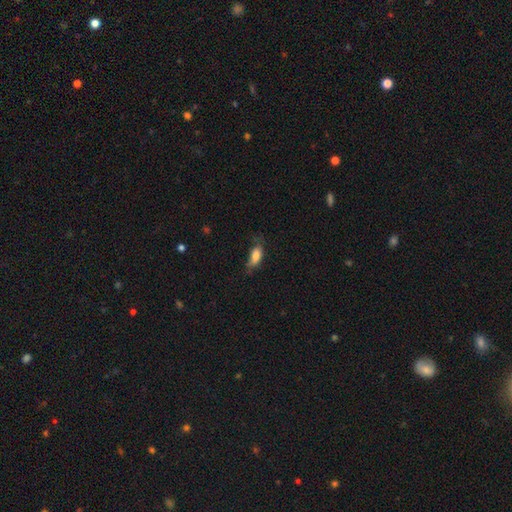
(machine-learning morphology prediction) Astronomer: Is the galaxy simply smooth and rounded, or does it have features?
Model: smooth — 77%.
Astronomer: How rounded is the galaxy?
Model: in between — 80%.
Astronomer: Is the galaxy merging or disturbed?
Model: none — 52% (runner-up: minor disturbance, 33%).